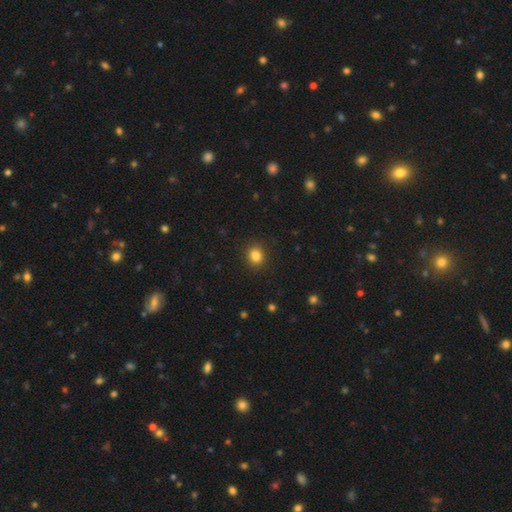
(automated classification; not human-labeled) Smooth or featured?
  - smooth: 84% *
  - star or artifact: 12%
  - featured or disk: 4%
How rounded?
  - round: 79% *
  - in between: 20%
  - cigar-shaped: 1%
Merging?
  - none: 90% *
  - minor disturbance: 7%
  - major disturbance: 2%
  - merger: 1%